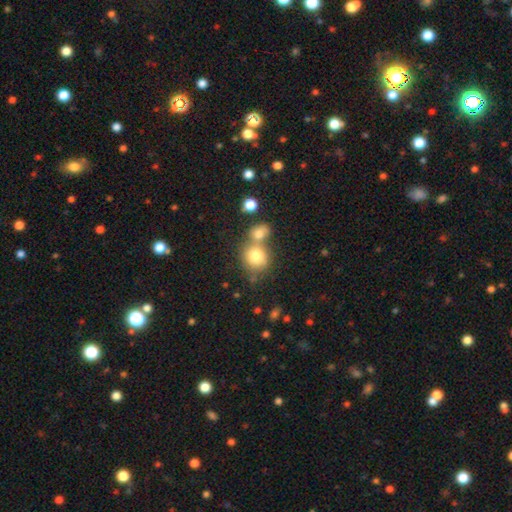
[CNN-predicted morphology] Smooth or featured? Predicted: smooth (p=0.77). How rounded? Predicted: round (p=0.78). Merging? Predicted: merger (p=0.45).